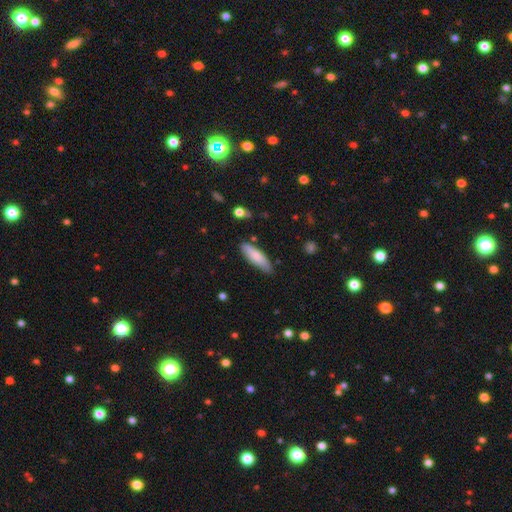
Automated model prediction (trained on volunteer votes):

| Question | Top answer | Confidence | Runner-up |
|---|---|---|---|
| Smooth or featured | smooth | 79% | featured or disk (15%) |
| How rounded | cigar-shaped | 58% | in between (41%) |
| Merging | none | 79% | minor disturbance (16%) |